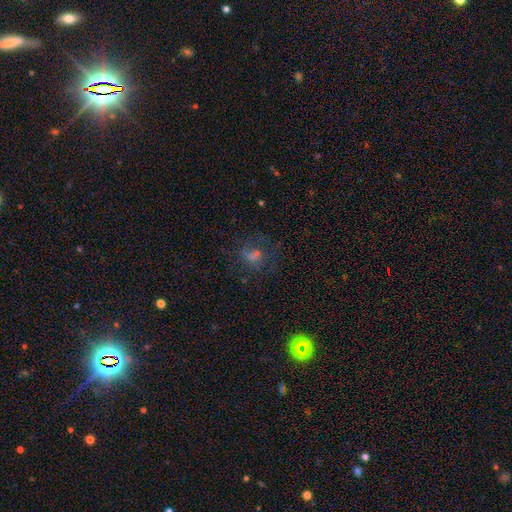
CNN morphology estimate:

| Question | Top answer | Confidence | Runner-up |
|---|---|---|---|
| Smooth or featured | smooth | 41% | star or artifact (34%) |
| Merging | none | 55% | major disturbance (23%) |